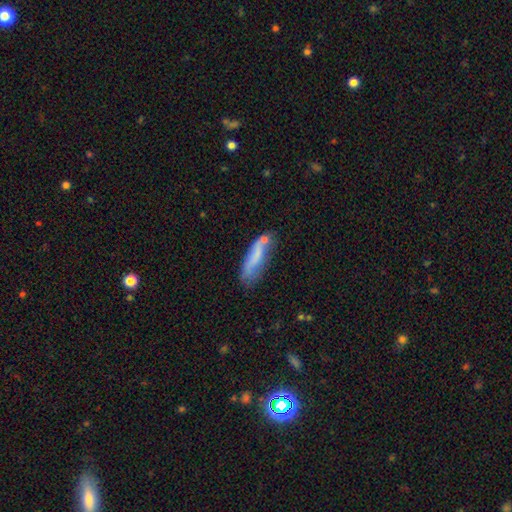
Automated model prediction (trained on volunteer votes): Smooth or featured?
  - smooth: 67% *
  - featured or disk: 25%
  - star or artifact: 8%
How rounded?
  - cigar-shaped: 65% *
  - in between: 33%
  - round: 2%
Merging?
  - none: 44% *
  - minor disturbance: 29%
  - major disturbance: 14%
  - merger: 13%